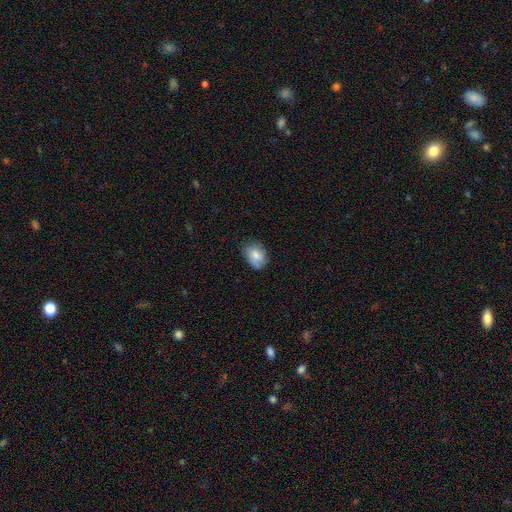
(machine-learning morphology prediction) Smooth or featured?
  - smooth: 74% *
  - featured or disk: 18%
  - star or artifact: 8%
How rounded?
  - in between: 71% *
  - round: 27%
  - cigar-shaped: 1%
Merging?
  - none: 70% *
  - minor disturbance: 24%
  - major disturbance: 5%
  - merger: 1%